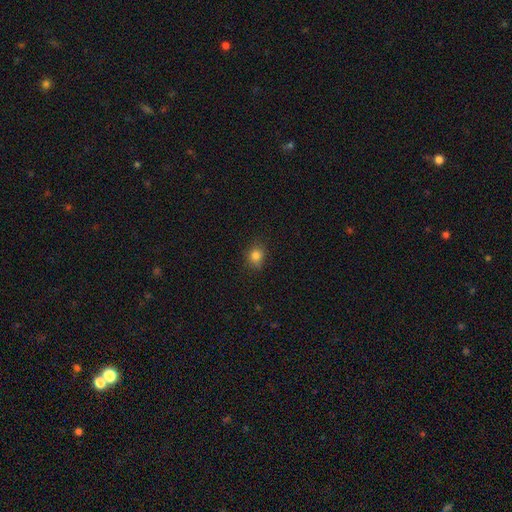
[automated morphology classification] Smooth or featured? Predicted: smooth (p=0.81). How rounded? Predicted: round (p=0.71). Merging? Predicted: none (p=0.81).